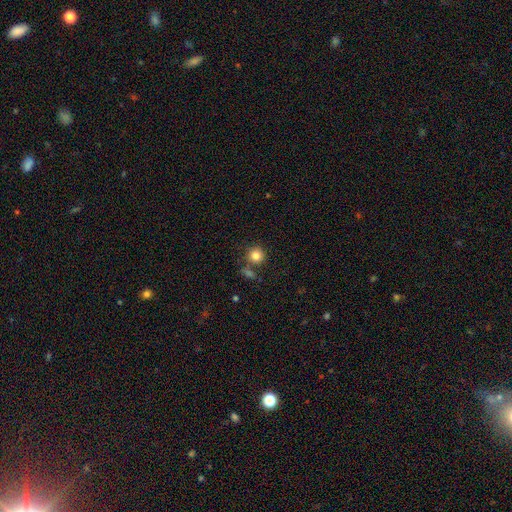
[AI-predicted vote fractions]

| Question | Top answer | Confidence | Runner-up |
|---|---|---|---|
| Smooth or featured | smooth | 83% | star or artifact (10%) |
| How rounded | round | 90% | in between (9%) |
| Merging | none | 72% | merger (15%) |